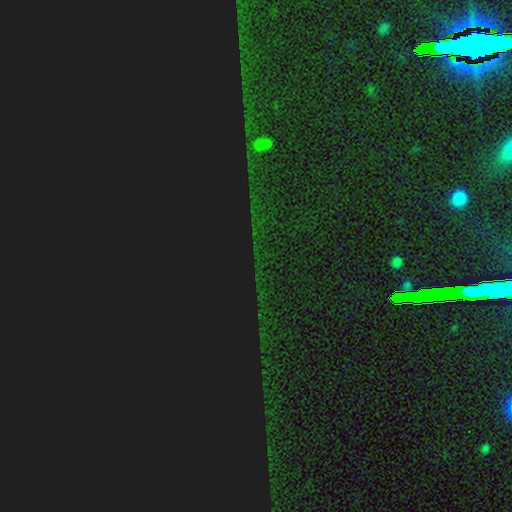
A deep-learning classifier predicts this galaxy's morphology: star or artifact 87%, featured or disk 7%, smooth 7%.